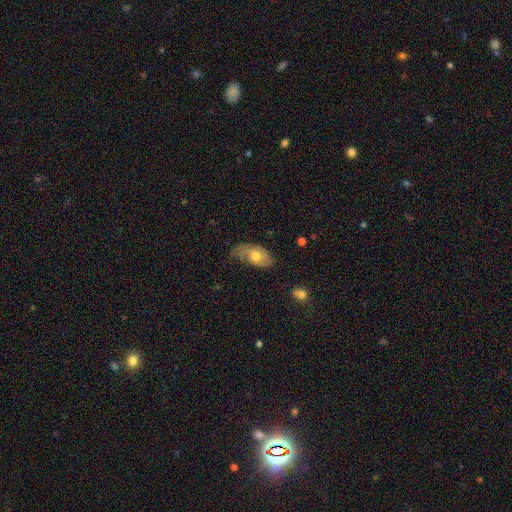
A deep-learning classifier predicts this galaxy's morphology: Smooth or featured: smooth — 57% (featured or disk — 36%)
How rounded: in between — 90% (round — 6%)
Merging: none — 39% (minor disturbance — 37%)